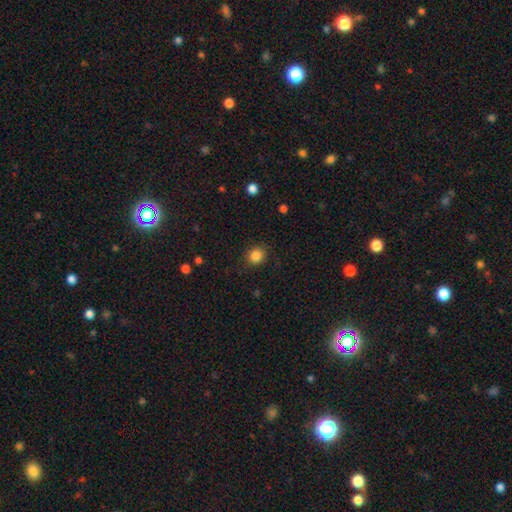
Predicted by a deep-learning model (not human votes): Smooth or featured: smooth — 85% (star or artifact — 10%)
How rounded: round — 76% (in between — 23%)
Merging: none — 86% (minor disturbance — 10%)